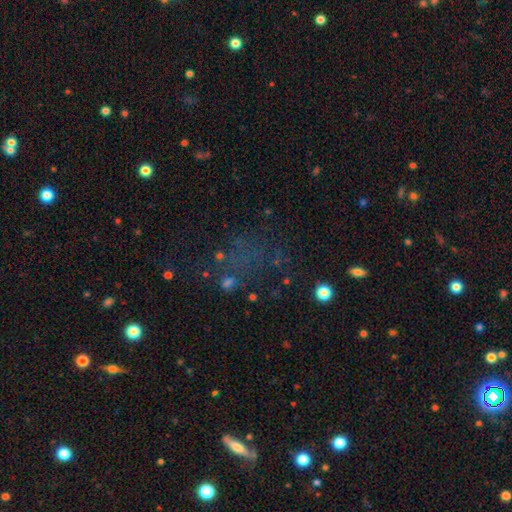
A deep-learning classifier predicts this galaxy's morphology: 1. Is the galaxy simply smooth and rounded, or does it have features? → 49% star or artifact, 31% smooth, 20% featured or disk.